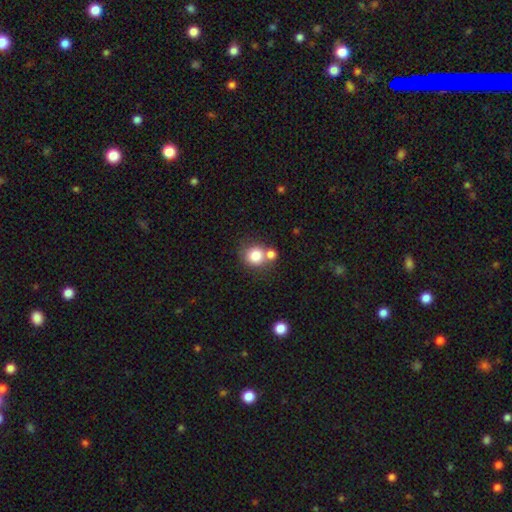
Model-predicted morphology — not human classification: The model was most divided on "merging": none: 54%, merger: 33%, minor disturbance: 9%, major disturbance: 4%. More confident: how rounded — round (86%); smooth or featured — smooth (79%).